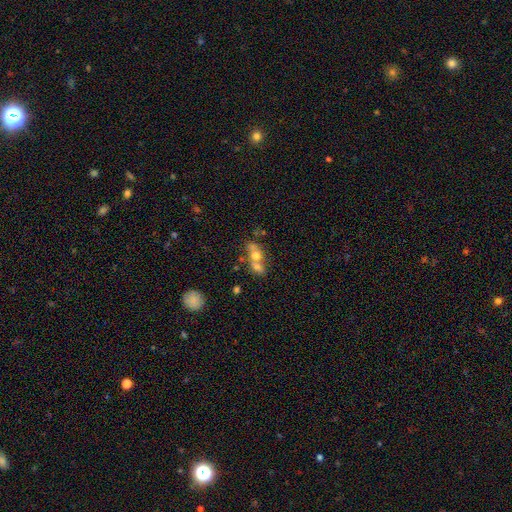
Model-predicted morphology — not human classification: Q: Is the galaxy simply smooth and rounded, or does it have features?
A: smooth — 61%.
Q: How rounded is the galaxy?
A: in between — 51%.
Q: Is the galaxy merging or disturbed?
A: merger — 59%.